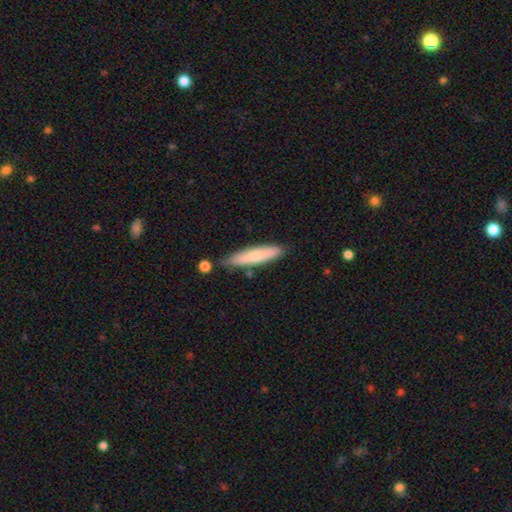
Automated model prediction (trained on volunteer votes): Smooth or featured?
  - smooth: 68% *
  - featured or disk: 26%
  - star or artifact: 6%
How rounded?
  - cigar-shaped: 83% *
  - in between: 15%
  - round: 1%
Merging?
  - none: 78% *
  - minor disturbance: 14%
  - merger: 5%
  - major disturbance: 2%